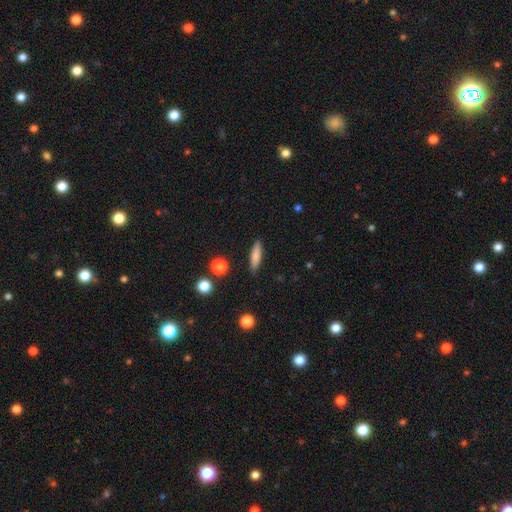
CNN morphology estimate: Overall: smooth (80%). How rounded: cigar-shaped (73%). Merging: none (88%).